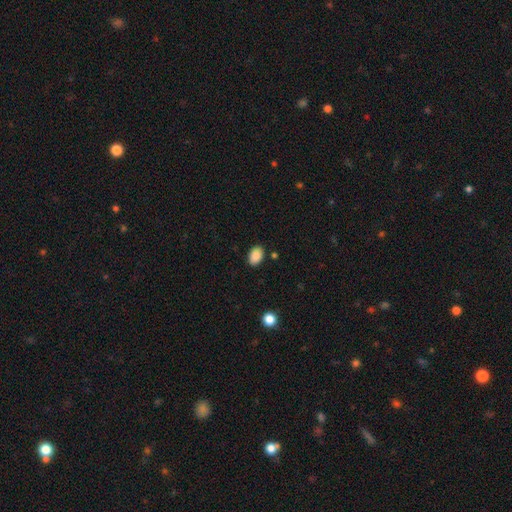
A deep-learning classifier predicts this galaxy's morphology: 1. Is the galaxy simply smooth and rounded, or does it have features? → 88% smooth, 8% star or artifact, 4% featured or disk.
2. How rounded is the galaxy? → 86% in between, 13% round, 1% cigar-shaped.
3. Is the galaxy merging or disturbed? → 86% none, 10% minor disturbance, 2% major disturbance, 2% merger.